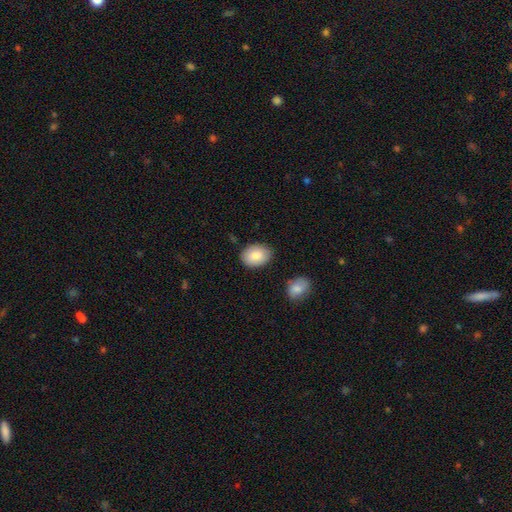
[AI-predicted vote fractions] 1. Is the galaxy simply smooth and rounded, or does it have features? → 86% smooth, 8% featured or disk, 6% star or artifact.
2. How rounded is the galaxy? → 71% in between, 28% round, 1% cigar-shaped.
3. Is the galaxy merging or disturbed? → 83% none, 12% minor disturbance, 3% merger, 2% major disturbance.